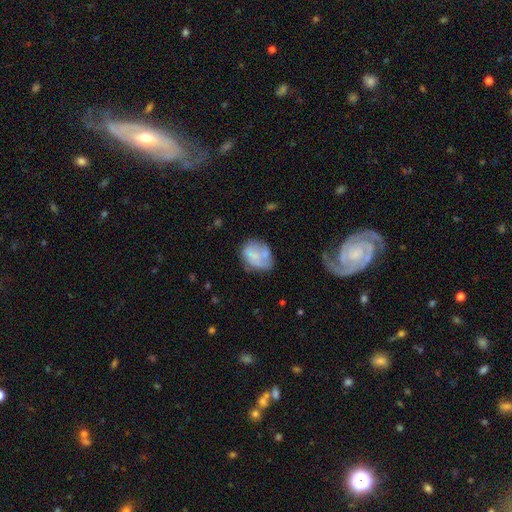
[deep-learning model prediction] This appears to be a smooth galaxy with no disk features (57%) that is in between round and cigar-shaped (65%). Merging: none (43%).